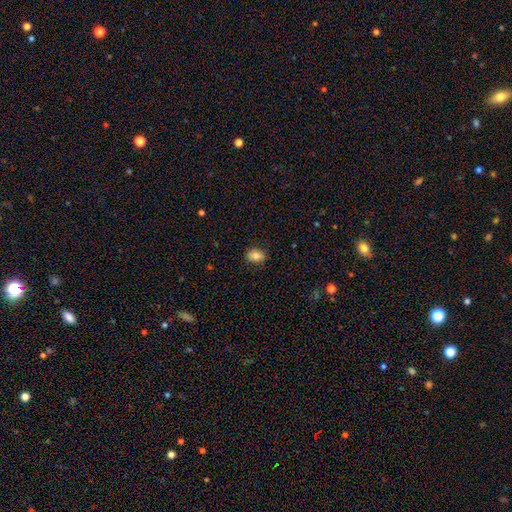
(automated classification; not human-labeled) This appears to be a smooth galaxy with no disk features (81%) that is in between round and cigar-shaped (64%). Merging: none (86%).